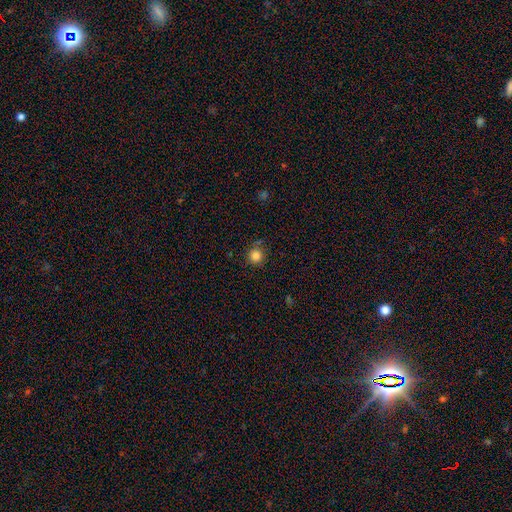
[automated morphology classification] The model was most divided on "merging": none: 83%, minor disturbance: 11%, merger: 3%, major disturbance: 3%. More confident: how rounded — round (94%); smooth or featured — smooth (84%).